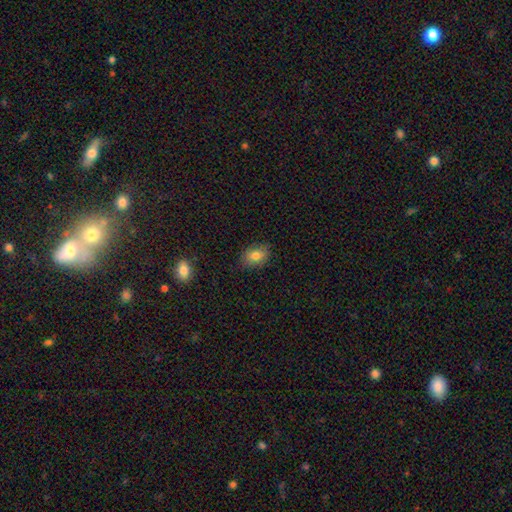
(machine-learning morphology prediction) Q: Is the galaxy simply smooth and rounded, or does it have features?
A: smooth — 79%.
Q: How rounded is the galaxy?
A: in between — 78%.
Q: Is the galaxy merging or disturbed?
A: none — 83%.